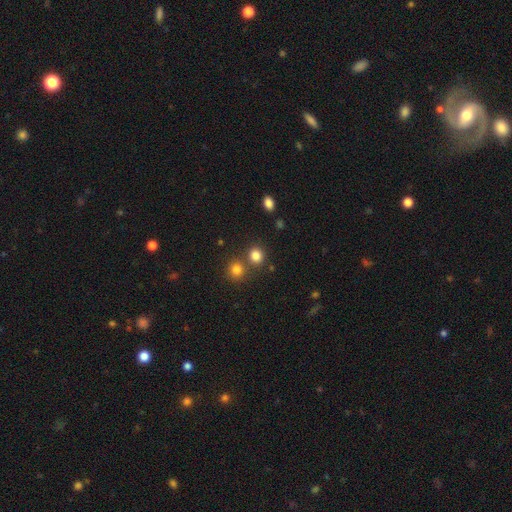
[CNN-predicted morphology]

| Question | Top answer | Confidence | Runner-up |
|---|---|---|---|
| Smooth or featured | smooth | 82% | star or artifact (13%) |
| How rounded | round | 81% | in between (18%) |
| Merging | none | 70% | merger (20%) |